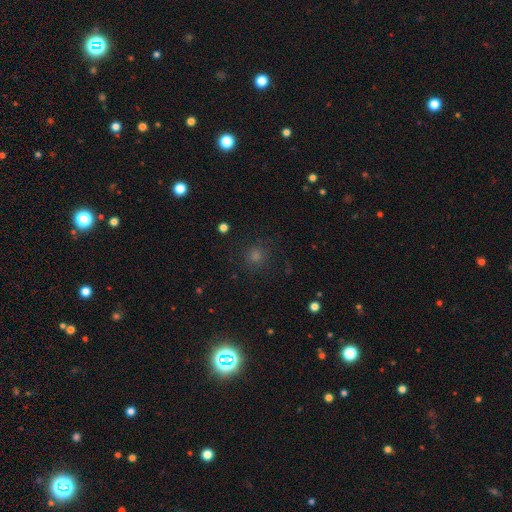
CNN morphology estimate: This appears to be a smooth galaxy with no disk features (53%) that is round (94%). Merging: none (88%).